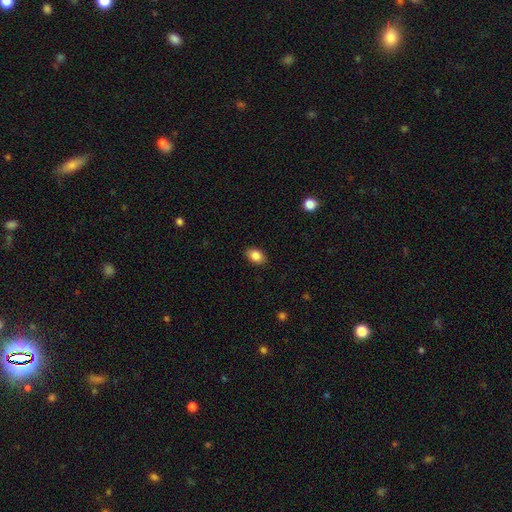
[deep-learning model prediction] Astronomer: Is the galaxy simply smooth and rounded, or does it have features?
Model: smooth — 86%.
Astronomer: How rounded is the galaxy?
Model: in between — 81%.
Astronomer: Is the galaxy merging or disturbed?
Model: none — 87%.